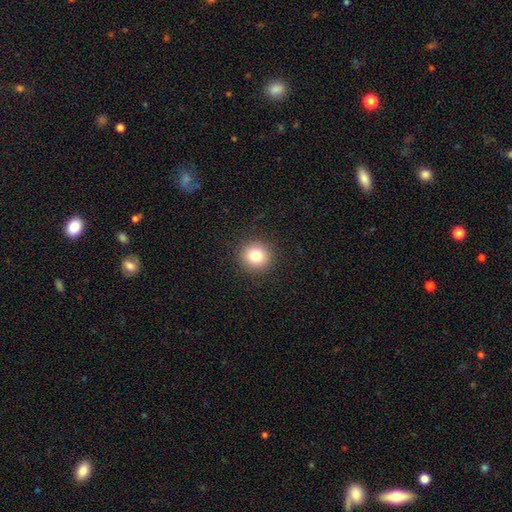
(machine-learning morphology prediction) A smooth galaxy with no disk features (81%) that is round (93%).

Vote fractions:
- Smooth or featured? smooth: 81% / star or artifact: 12% / featured or disk: 8%
- How rounded? round: 93% / in between: 6% / cigar-shaped: 1%
- Merging? none: 92% / minor disturbance: 5% / major disturbance: 2% / merger: 1%